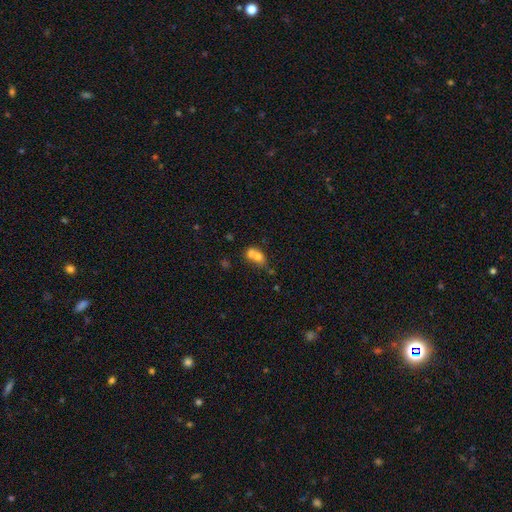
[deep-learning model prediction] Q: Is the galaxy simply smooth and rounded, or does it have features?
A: smooth — 68%.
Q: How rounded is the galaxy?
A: round — 51%.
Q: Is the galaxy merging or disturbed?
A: merger — 67%.